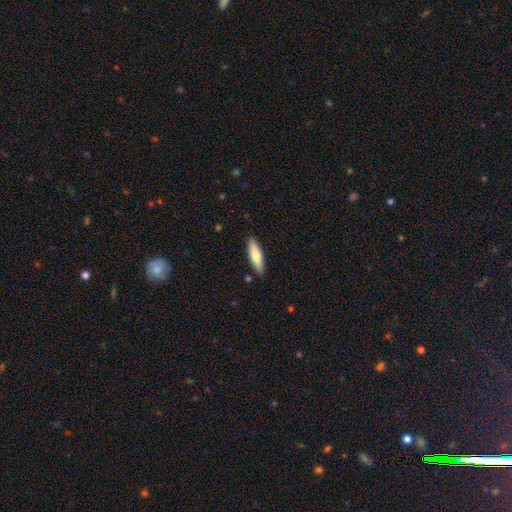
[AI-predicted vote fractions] Smooth or featured: smooth — 75% (featured or disk — 20%)
How rounded: cigar-shaped — 60% (in between — 38%)
Merging: none — 87% (minor disturbance — 9%)